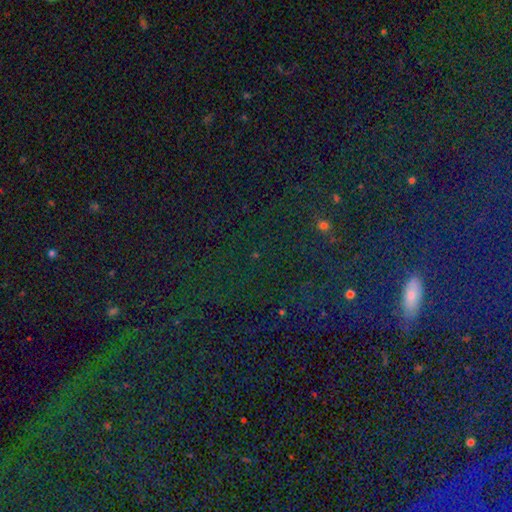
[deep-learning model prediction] This appears to be a star or artifact, not a galaxy (75%).